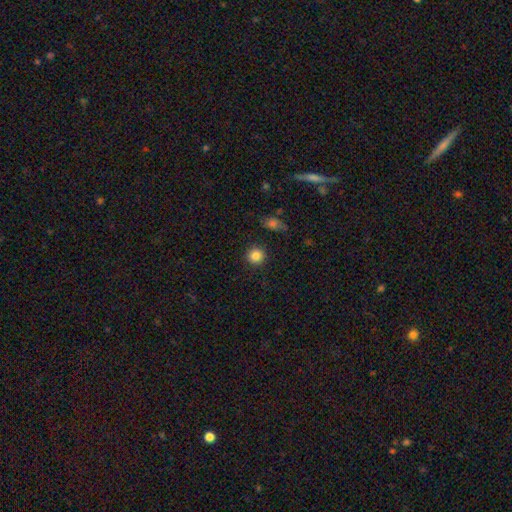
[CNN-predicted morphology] smooth 85%, star or artifact 10%, featured or disk 5%. Down the decision tree: how rounded — round (93%); merging — none (90%).